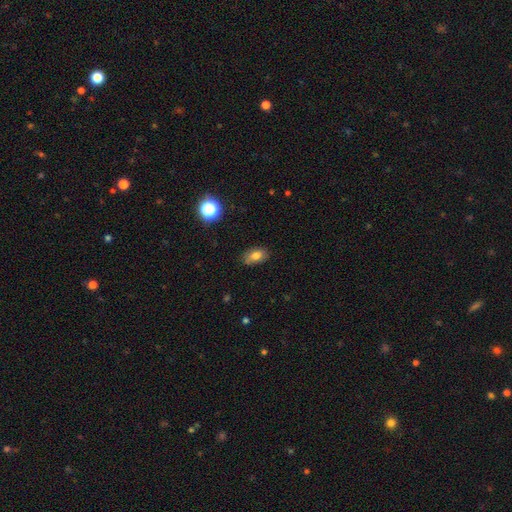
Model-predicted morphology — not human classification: smooth-or-featured: smooth: 77% | featured or disk: 12% | star or artifact: 11%
  how-rounded: in between: 87% | round: 11% | cigar-shaped: 3%
  merging: none: 77% | minor disturbance: 18% | major disturbance: 3% | merger: 2%